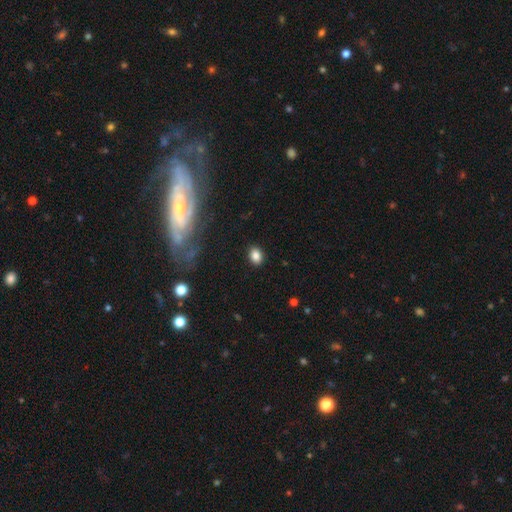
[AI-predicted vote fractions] A smooth galaxy with no disk features (84%) that is in between round and cigar-shaped (63%).

Vote fractions:
- Smooth or featured? smooth: 84% / star or artifact: 10% / featured or disk: 6%
- How rounded? in between: 63% / round: 36% / cigar-shaped: 1%
- Merging? none: 89% / minor disturbance: 8% / major disturbance: 2% / merger: 1%